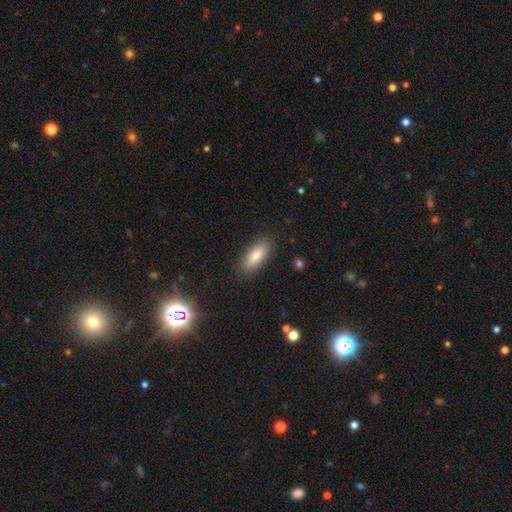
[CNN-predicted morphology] A smooth galaxy with no disk features (79%) that is in between round and cigar-shaped (75%). Merging: none (87%).